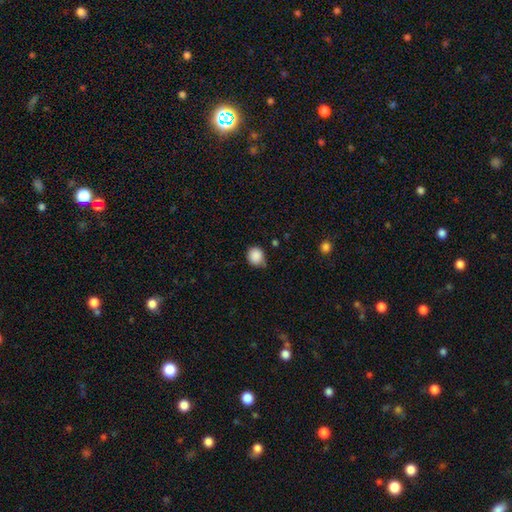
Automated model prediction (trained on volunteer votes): smooth 88%, star or artifact 9%, featured or disk 3%. Down the decision tree: how rounded — round (80%); merging — none (71%).